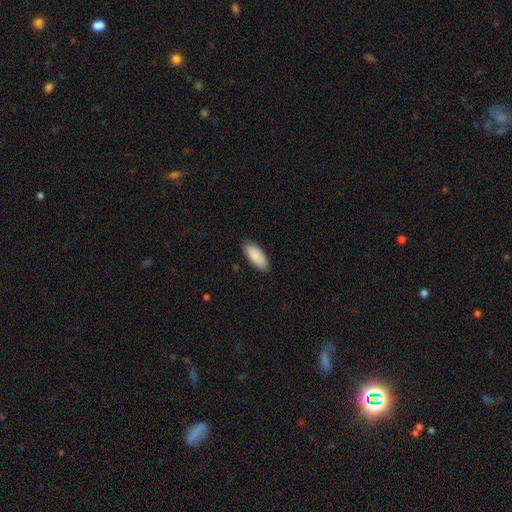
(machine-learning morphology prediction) Q: Smooth or featured?
A: smooth (89%); runner-up: star or artifact (5%)
Q: How rounded?
A: in between (88%); runner-up: cigar-shaped (11%)
Q: Merging?
A: none (87%); runner-up: minor disturbance (10%)